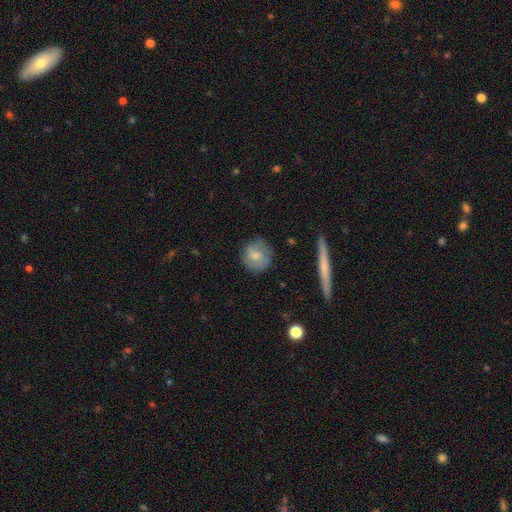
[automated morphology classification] A smooth galaxy with no disk features (66%) that is round (88%). Merging: none (77%).